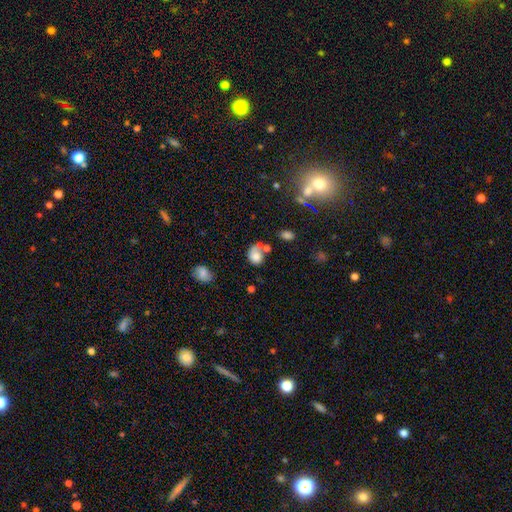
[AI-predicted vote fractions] A smooth galaxy with no disk features (68%) that is round (51%).

Vote fractions:
- Smooth or featured? smooth: 68% / featured or disk: 21% / star or artifact: 11%
- How rounded? round: 51% / in between: 47% / cigar-shaped: 1%
- Merging? none: 29% / merger: 28% / major disturbance: 24% / minor disturbance: 20%